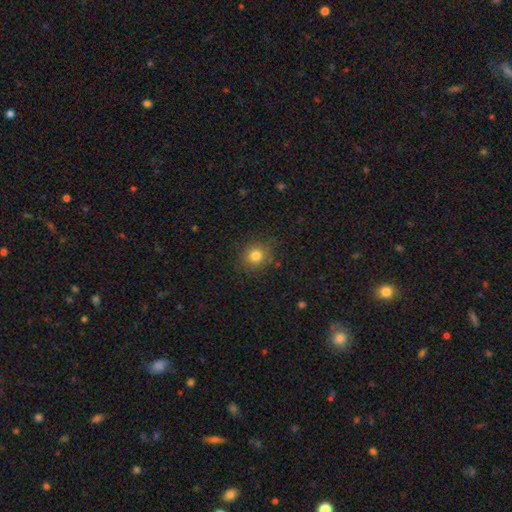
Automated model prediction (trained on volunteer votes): smooth 80%, star or artifact 13%, featured or disk 7%. Down the decision tree: how rounded — round (85%); merging — none (86%).